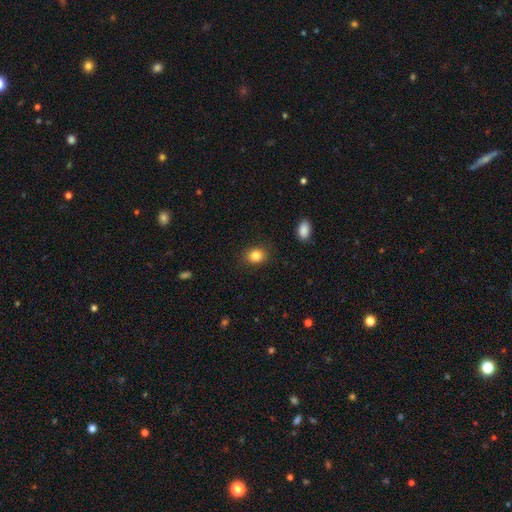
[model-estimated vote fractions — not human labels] The model was most divided on "how rounded": round: 55%, in between: 44%, cigar-shaped: 1%. More confident: merging — none (87%); smooth or featured — smooth (84%).